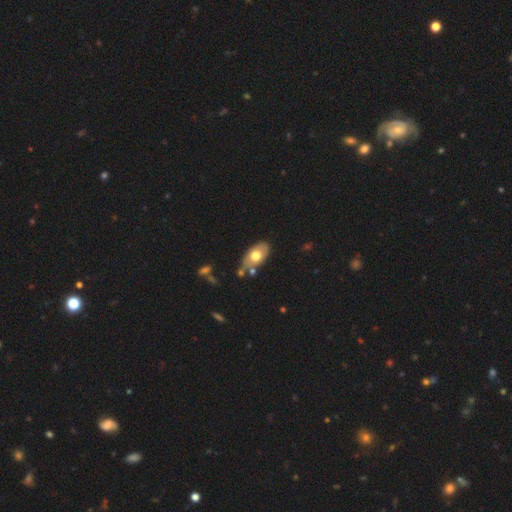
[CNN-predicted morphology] smooth-or-featured: smooth: 65% | featured or disk: 29% | star or artifact: 7%
  how-rounded: in between: 90% | round: 7% | cigar-shaped: 3%
  merging: none: 60% | minor disturbance: 22% | merger: 13% | major disturbance: 5%